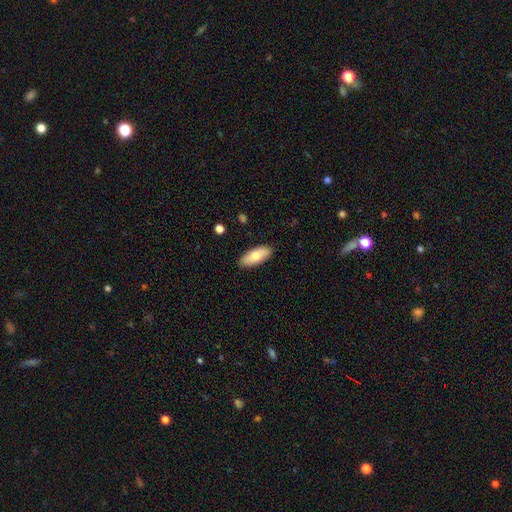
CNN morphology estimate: smooth-or-featured: smooth: 74% | featured or disk: 20% | star or artifact: 6%
  how-rounded: in between: 81% | cigar-shaped: 17% | round: 2%
  merging: none: 89% | minor disturbance: 9% | major disturbance: 2% | merger: 1%